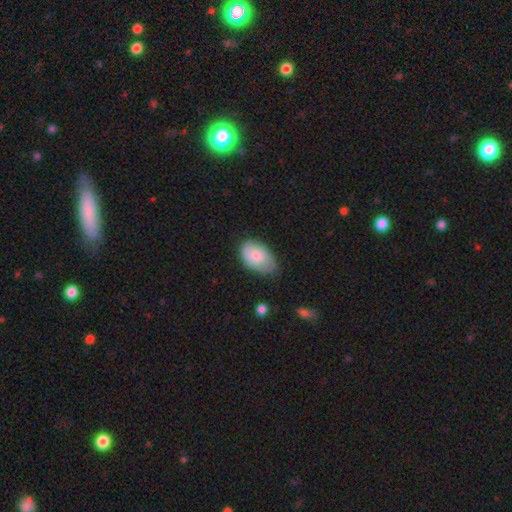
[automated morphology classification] The model was most divided on "merging": none: 64%, minor disturbance: 29%, major disturbance: 6%, merger: 2%. More confident: how rounded — in between (92%); smooth or featured — smooth (75%).